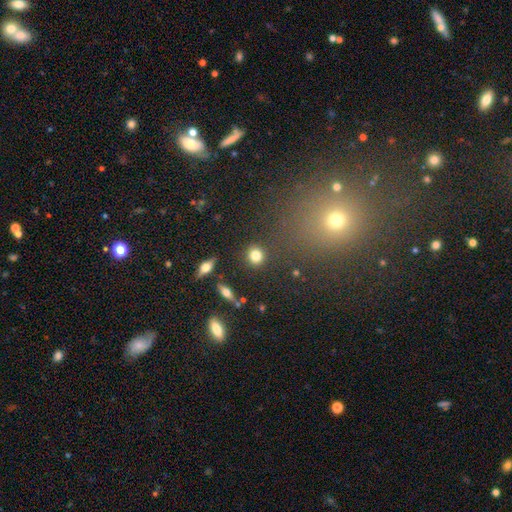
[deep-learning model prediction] Smooth or featured? smooth (82%)
How rounded? round (85%)
Merging? none (88%)